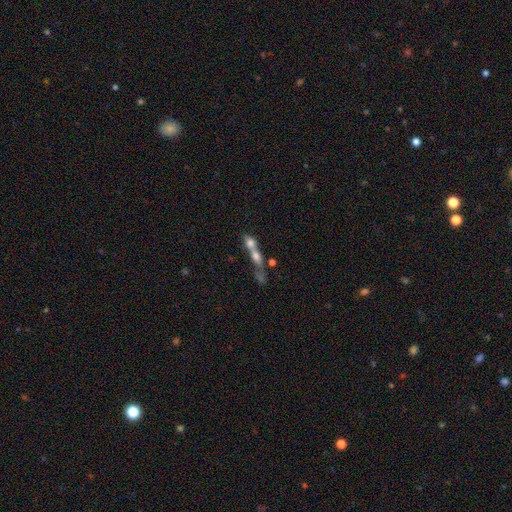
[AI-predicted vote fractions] This is possibly a smooth galaxy (58%). How rounded: possibly in between (46%). Merging: likely merger (72%).